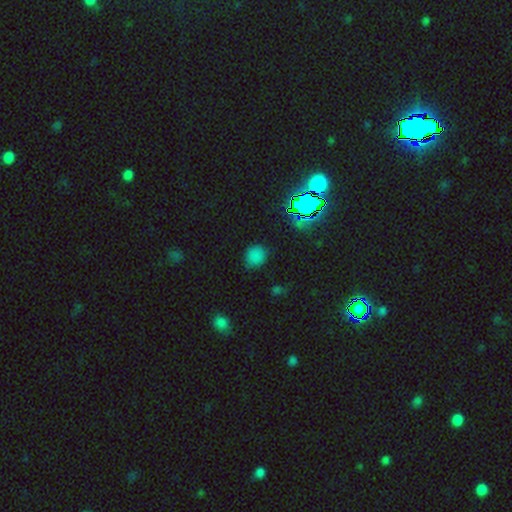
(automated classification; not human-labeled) Smooth or featured?
  - smooth: 71% *
  - star or artifact: 24%
  - featured or disk: 5%
How rounded?
  - round: 84% *
  - in between: 14%
  - cigar-shaped: 1%
Merging?
  - none: 81% *
  - minor disturbance: 14%
  - major disturbance: 4%
  - merger: 2%